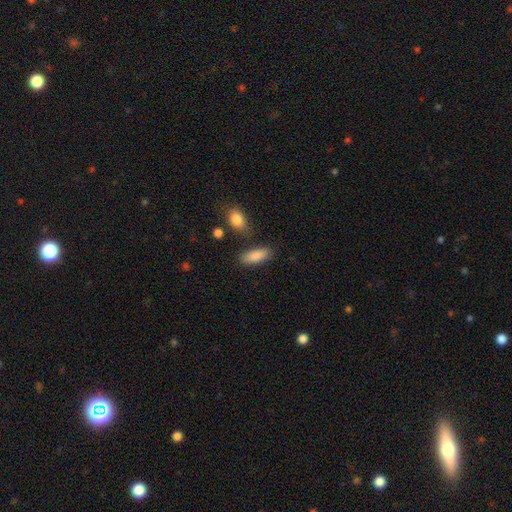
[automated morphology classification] Smooth or featured? smooth (87%)
How rounded? in between (76%)
Merging? none (79%)